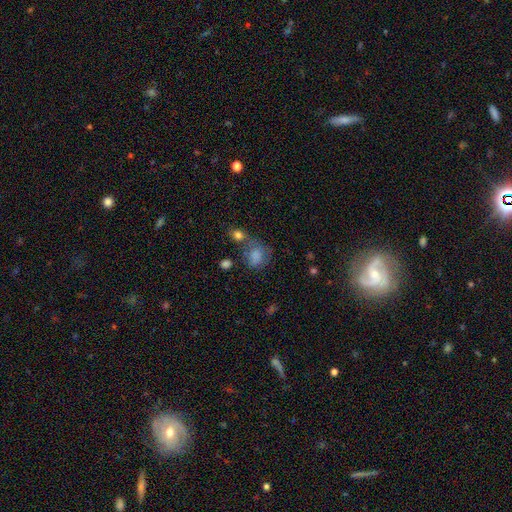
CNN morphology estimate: smooth 76%, featured or disk 13%, star or artifact 11%. Down the decision tree: how rounded — round (61%); merging — none (39%).